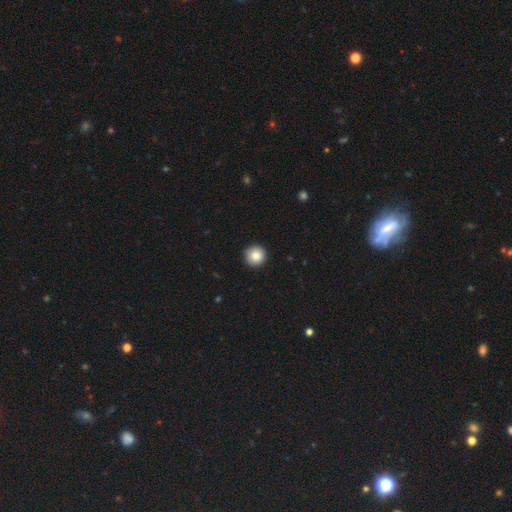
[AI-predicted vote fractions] Smooth or featured? smooth (86%)
How rounded? round (96%)
Merging? none (92%)